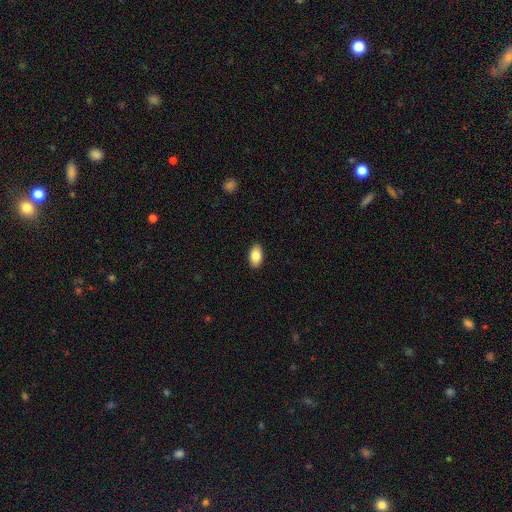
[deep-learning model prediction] smooth 86%, featured or disk 7%, star or artifact 7%. Down the decision tree: how rounded — in between (94%); merging — none (90%).